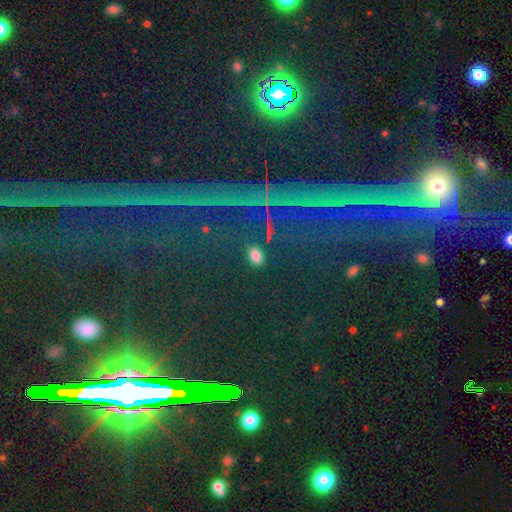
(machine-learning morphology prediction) This is likely a smooth galaxy (70%). How rounded: clearly in between (84%). Merging: clearly none (83%).